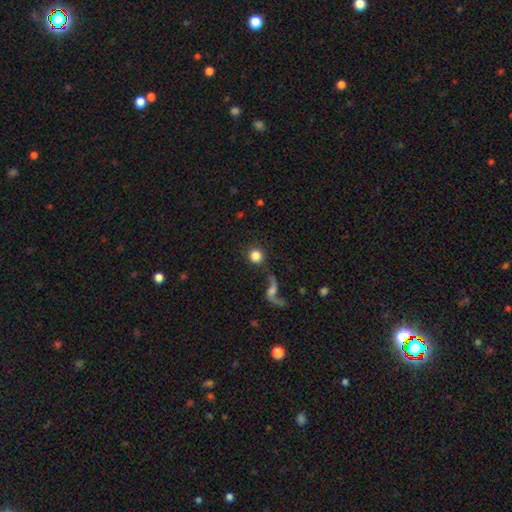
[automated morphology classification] Q: Smooth or featured?
A: smooth (80%); runner-up: featured or disk (12%)
Q: How rounded?
A: round (94%); runner-up: in between (4%)
Q: Merging?
A: none (71%); runner-up: merger (13%)